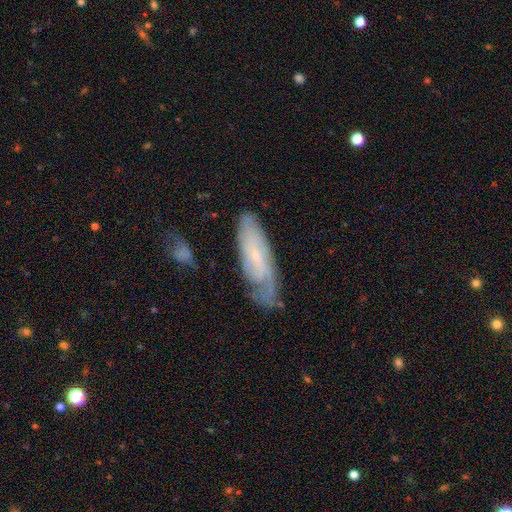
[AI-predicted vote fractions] This appears to be a featured or disk galaxy (62%) with no bar (63%), spiral arms (86%) and a small central bulge (72%). Merging: none (62%).